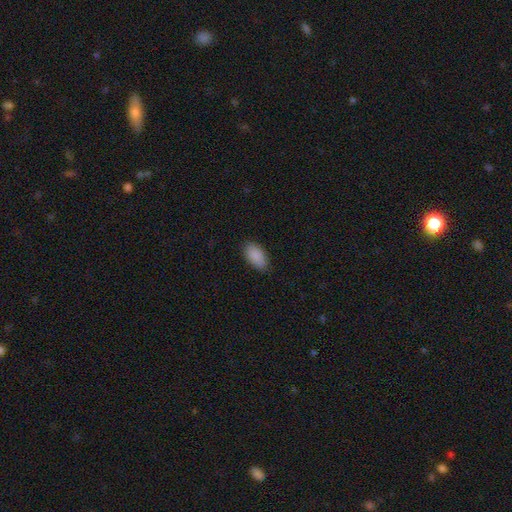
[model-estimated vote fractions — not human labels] Smooth or featured: smooth — 89% (star or artifact — 7%)
How rounded: in between — 94% (round — 3%)
Merging: none — 86% (minor disturbance — 11%)